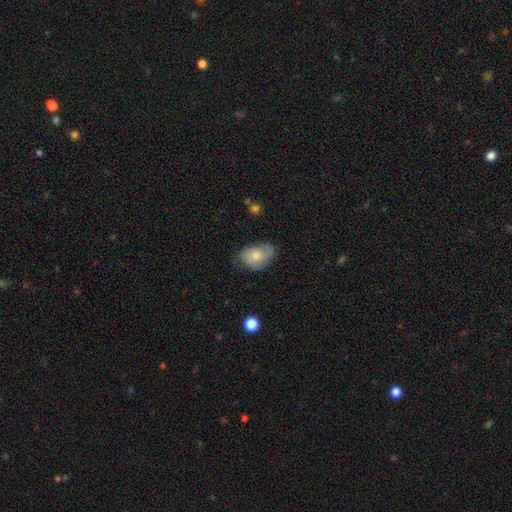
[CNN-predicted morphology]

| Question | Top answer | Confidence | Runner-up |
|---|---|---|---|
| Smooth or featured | smooth | 56% | featured or disk (37%) |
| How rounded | in between | 80% | round (19%) |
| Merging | none | 54% | minor disturbance (33%) |